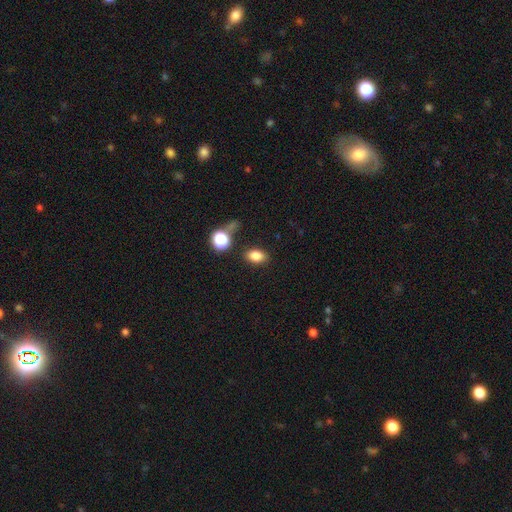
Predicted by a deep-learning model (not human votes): Smooth or featured?
  - smooth: 81% *
  - star or artifact: 12%
  - featured or disk: 7%
How rounded?
  - in between: 81% *
  - round: 17%
  - cigar-shaped: 2%
Merging?
  - none: 82% *
  - minor disturbance: 10%
  - merger: 5%
  - major disturbance: 4%